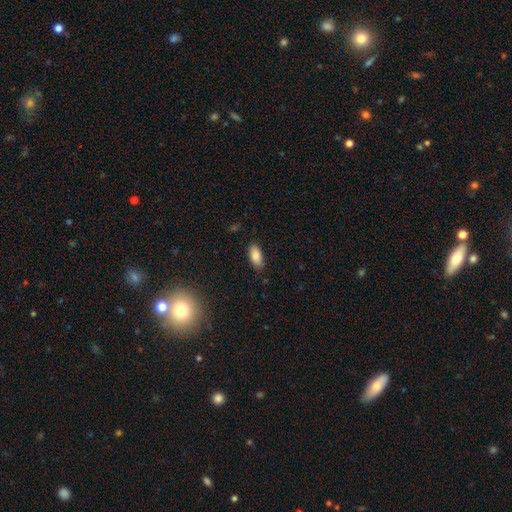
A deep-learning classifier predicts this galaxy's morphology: smooth-or-featured: smooth: 87% | star or artifact: 7% | featured or disk: 6%
  how-rounded: in between: 90% | cigar-shaped: 8% | round: 2%
  merging: none: 85% | minor disturbance: 11% | major disturbance: 2% | merger: 1%